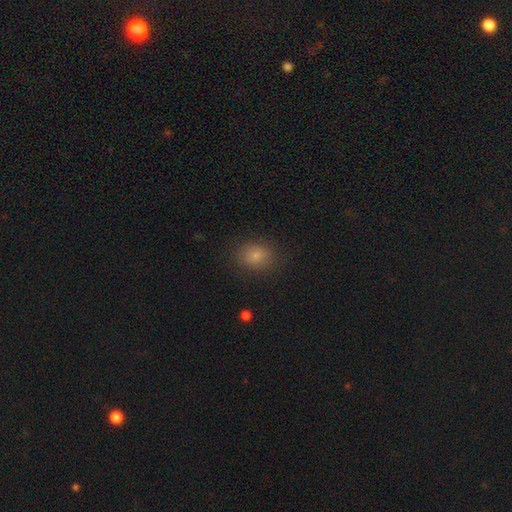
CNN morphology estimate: smooth_or_featured: smooth (p=0.82) [alt: star or artifact p=0.11]
how_rounded: in between (p=0.52) [alt: round p=0.47]
merging: none (p=0.84) [alt: minor disturbance p=0.11]